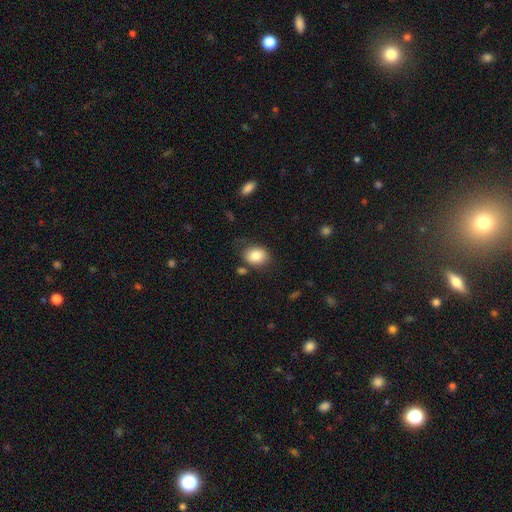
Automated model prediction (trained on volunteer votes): Smooth or featured? Predicted: smooth (p=0.84). How rounded? Predicted: in between (p=0.61). Merging? Predicted: none (p=0.73).